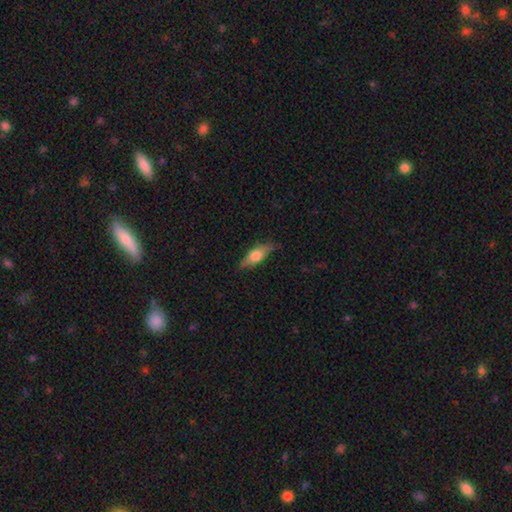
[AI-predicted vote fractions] Smooth or featured? Predicted: smooth (p=0.55). How rounded? Predicted: in between (p=0.57). Merging? Predicted: none (p=0.77).